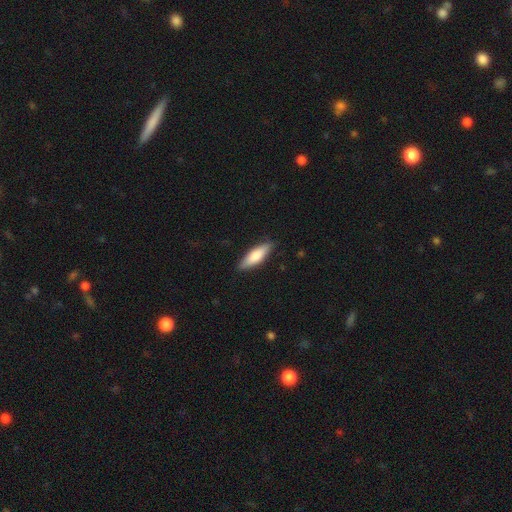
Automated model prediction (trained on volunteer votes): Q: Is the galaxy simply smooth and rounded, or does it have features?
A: smooth — 75%.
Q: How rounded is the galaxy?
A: cigar-shaped — 51%.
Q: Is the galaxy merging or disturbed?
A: none — 86%.